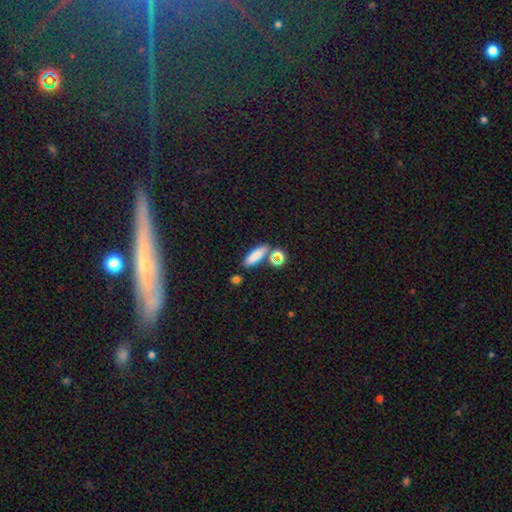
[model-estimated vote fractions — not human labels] A smooth galaxy with no disk features (82%) that is in between round and cigar-shaped (48%).

Vote fractions:
- Smooth or featured? smooth: 82% / star or artifact: 10% / featured or disk: 8%
- How rounded? in between: 48% / cigar-shaped: 45% / round: 7%
- Merging? none: 72% / merger: 12% / minor disturbance: 12% / major disturbance: 4%